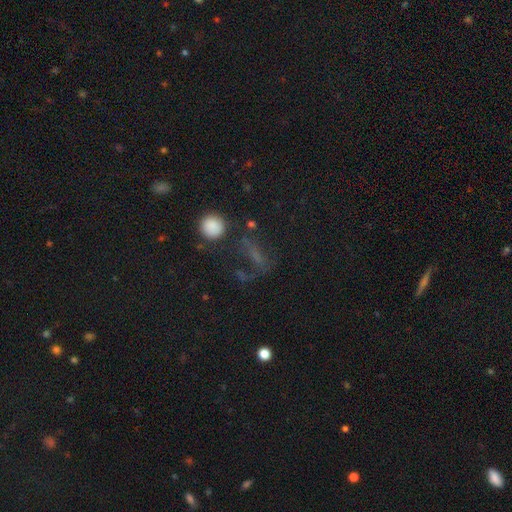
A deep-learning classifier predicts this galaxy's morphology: The model was most divided on "smooth or featured": smooth: 39%, star or artifact: 37%, featured or disk: 24%. More confident: merging — none (55%).